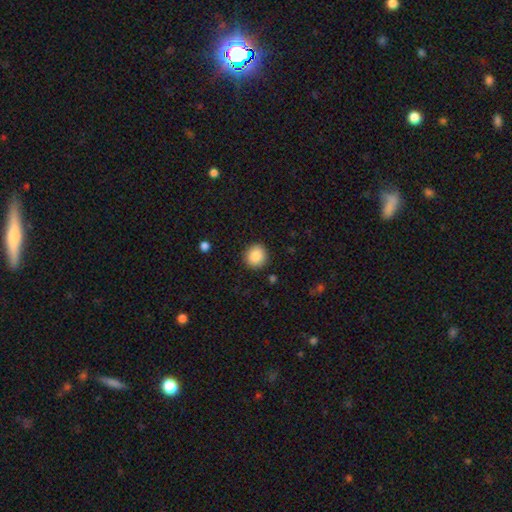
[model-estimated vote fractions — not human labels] smooth-or-featured: smooth: 88% | star or artifact: 8% | featured or disk: 3%
  how-rounded: round: 91% | in between: 8% | cigar-shaped: 1%
  merging: none: 90% | minor disturbance: 6% | major disturbance: 2% | merger: 1%